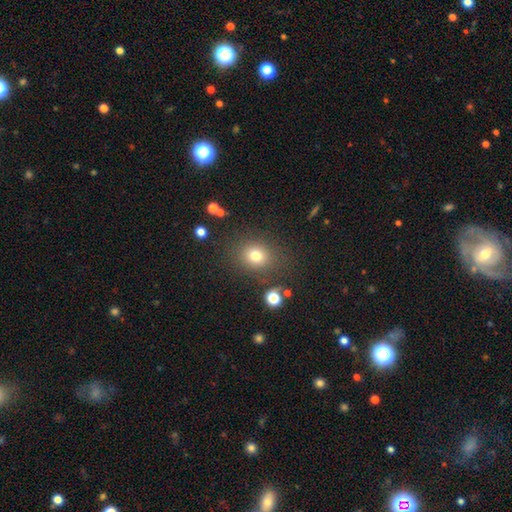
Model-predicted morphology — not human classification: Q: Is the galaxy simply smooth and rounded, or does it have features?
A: smooth — 77%.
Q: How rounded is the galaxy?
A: round — 74%.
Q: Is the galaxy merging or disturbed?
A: none — 82%.